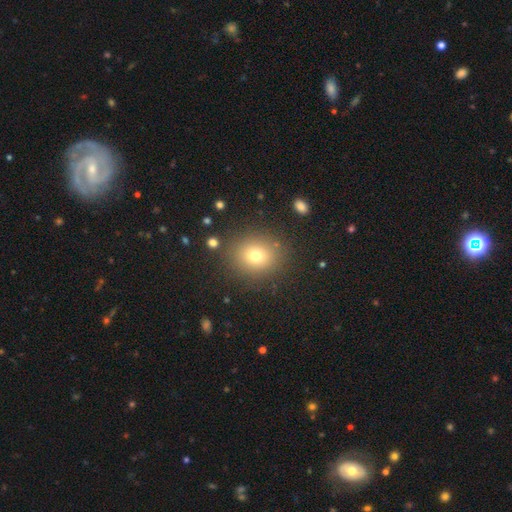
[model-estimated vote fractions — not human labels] smooth_or_featured: smooth (p=0.73) [alt: star or artifact p=0.17]
how_rounded: round (p=0.71) [alt: in between p=0.28]
merging: none (p=0.86) [alt: minor disturbance p=0.08]